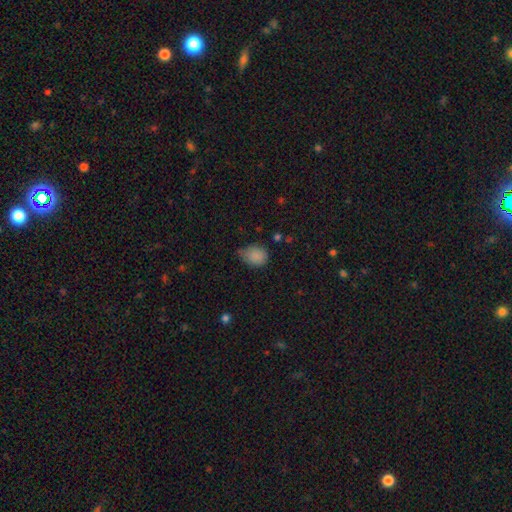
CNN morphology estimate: This appears to be a smooth galaxy with no disk features (85%) that is round (52%). Merging: none (48%).